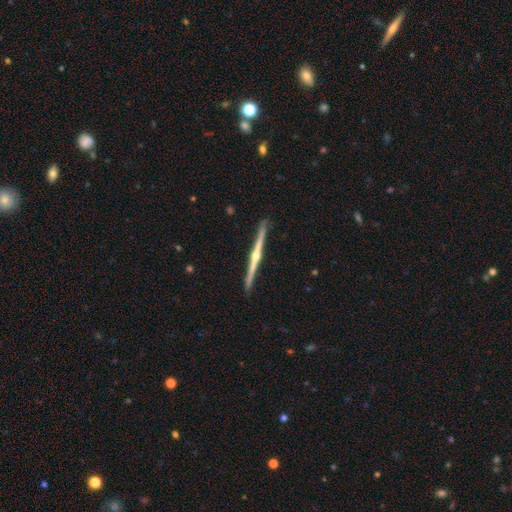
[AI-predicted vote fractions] Smooth or featured: featured or disk — 86% (smooth — 10%)
Edge-on disk: yes — 99% (no — 1%)
Edge-on bulge: rounded — 91% (none — 6%)
Merging: none — 92% (minor disturbance — 6%)